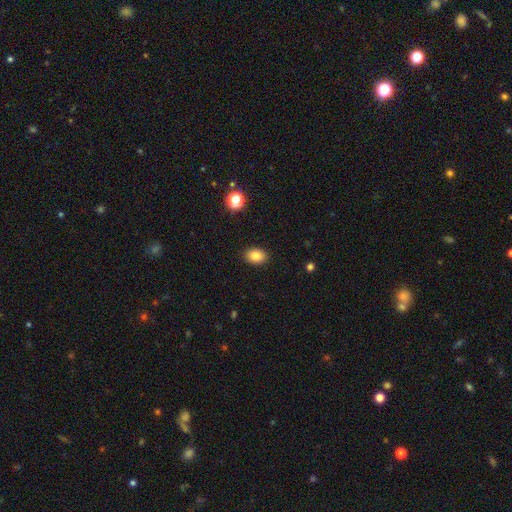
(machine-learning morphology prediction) type=smooth (85%); roundness=in between (79%); merging=none (90%).